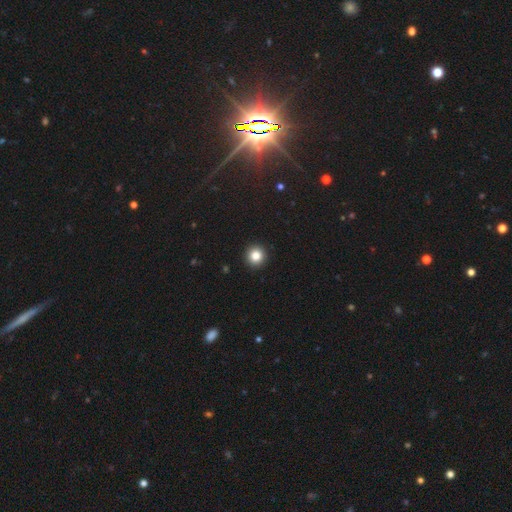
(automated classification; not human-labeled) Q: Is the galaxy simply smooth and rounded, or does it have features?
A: smooth — 84%.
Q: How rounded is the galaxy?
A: round — 95%.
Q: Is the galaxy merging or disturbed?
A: none — 94%.